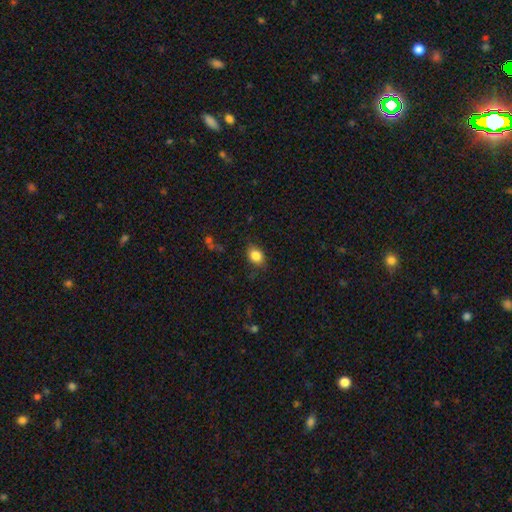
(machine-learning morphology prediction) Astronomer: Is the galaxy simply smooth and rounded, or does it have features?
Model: smooth — 84%.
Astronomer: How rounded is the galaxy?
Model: in between — 65%.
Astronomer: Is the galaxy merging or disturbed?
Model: none — 82%.